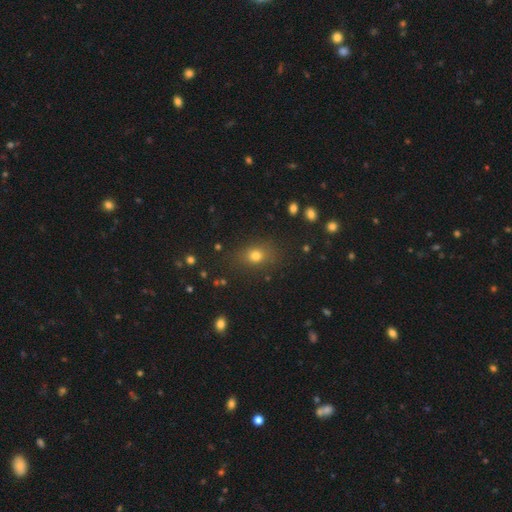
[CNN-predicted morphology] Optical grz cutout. It shows a smooth galaxy with no disk features (73%) that is in between round and cigar-shaped (55%). Merging: none (83%).